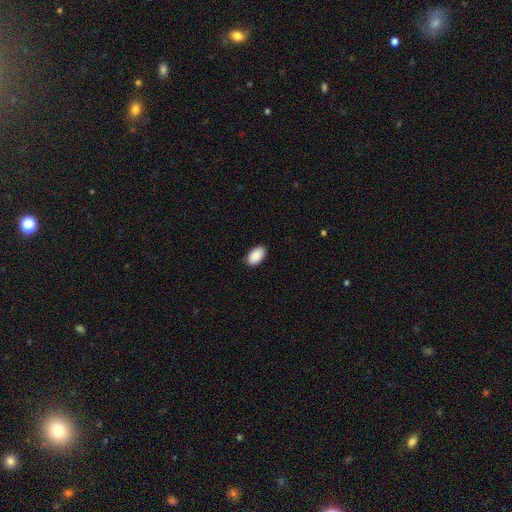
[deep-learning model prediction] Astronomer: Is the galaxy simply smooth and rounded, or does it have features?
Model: smooth — 91%.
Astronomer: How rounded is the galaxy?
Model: in between — 94%.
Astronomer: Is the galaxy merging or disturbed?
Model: none — 88%.